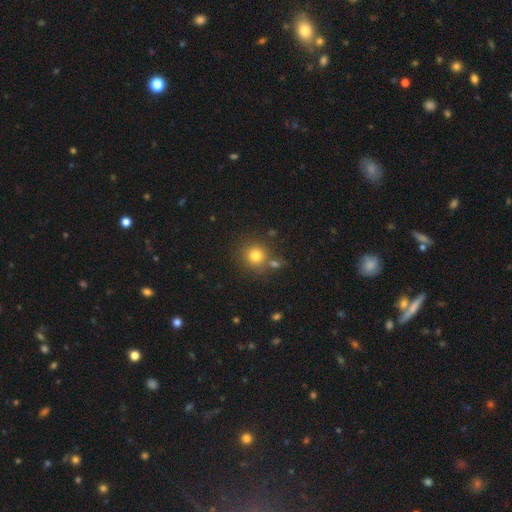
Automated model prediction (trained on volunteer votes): smooth_or_featured: smooth (p=0.78) [alt: star or artifact p=0.13]
how_rounded: round (p=0.90) [alt: in between p=0.09]
merging: none (p=0.74) [alt: merger p=0.14]